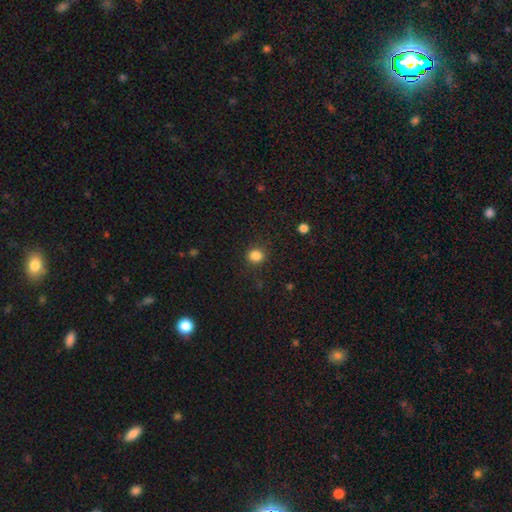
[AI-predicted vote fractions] Overall: smooth (85%). How rounded: round (80%). Merging: none (87%).